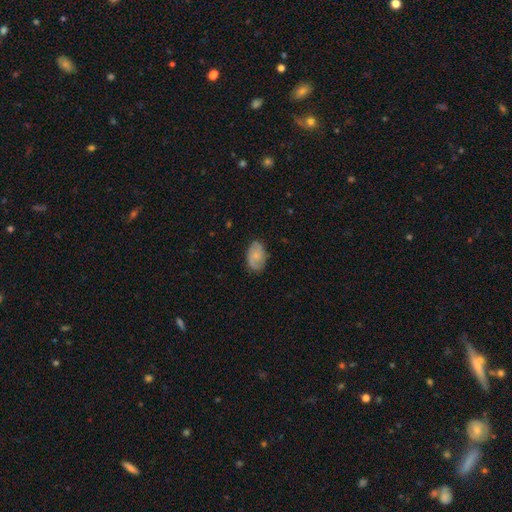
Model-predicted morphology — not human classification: Overall: smooth (51%; featured or disk 42%). How rounded: in between (88%). Merging: none (75%).